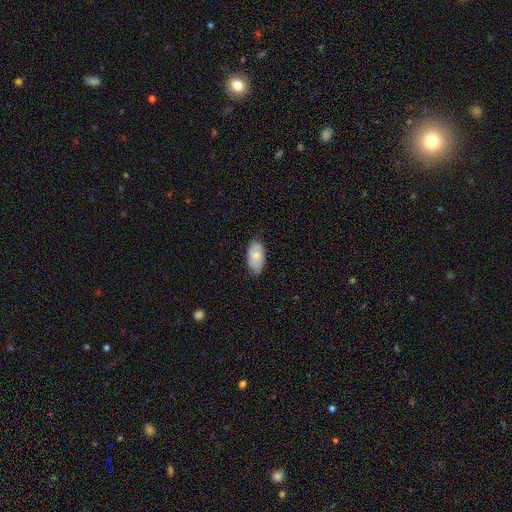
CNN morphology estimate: smooth-or-featured: smooth: 72% | featured or disk: 22% | star or artifact: 6%
  how-rounded: in between: 94% | round: 3% | cigar-shaped: 2%
  merging: none: 78% | minor disturbance: 19% | major disturbance: 3% | merger: 1%